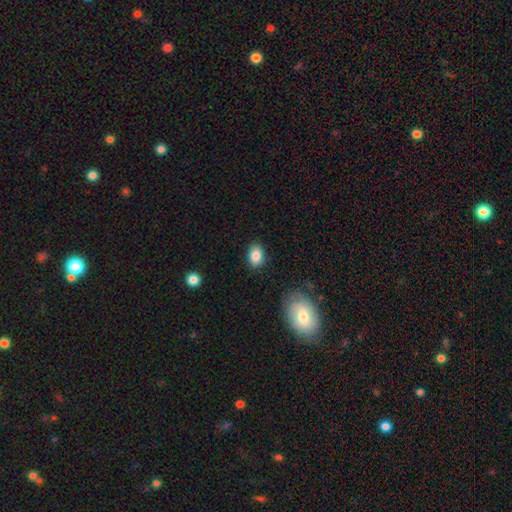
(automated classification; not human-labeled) Smooth or featured: smooth — 85% (star or artifact — 9%)
How rounded: in between — 74% (round — 24%)
Merging: none — 85% (minor disturbance — 11%)